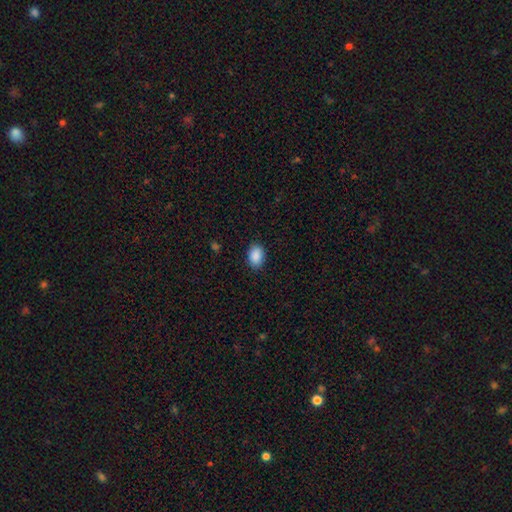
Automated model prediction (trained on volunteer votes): Q: Smooth or featured?
A: smooth (90%); runner-up: star or artifact (8%)
Q: How rounded?
A: in between (85%); runner-up: round (14%)
Q: Merging?
A: none (88%); runner-up: minor disturbance (9%)